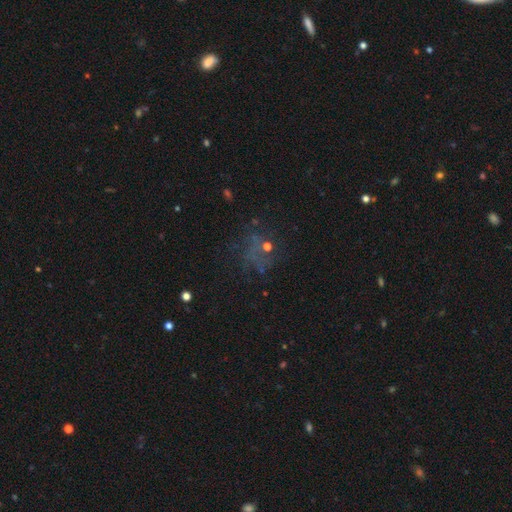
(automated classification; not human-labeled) star or artifact 39%, smooth 33%, featured or disk 28%.